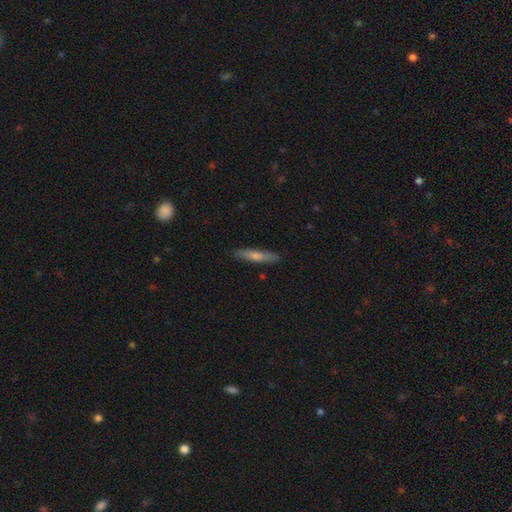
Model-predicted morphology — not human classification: smooth_or_featured: featured or disk (p=0.48) [alt: smooth p=0.44]
merging: none (p=0.89) [alt: minor disturbance p=0.08]